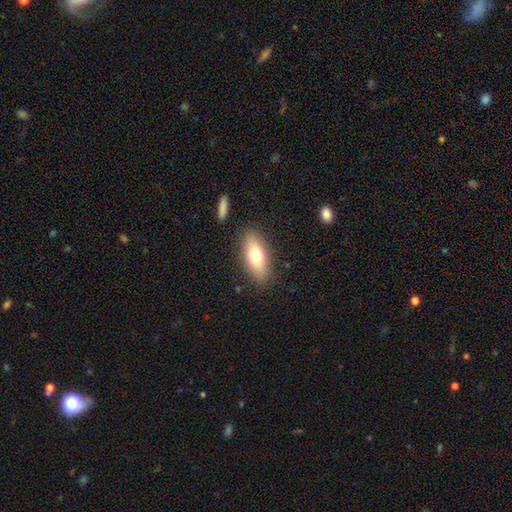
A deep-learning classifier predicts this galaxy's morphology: This appears to be a smooth galaxy with no disk features (72%) that is in between round and cigar-shaped (78%). Merging: none (85%).